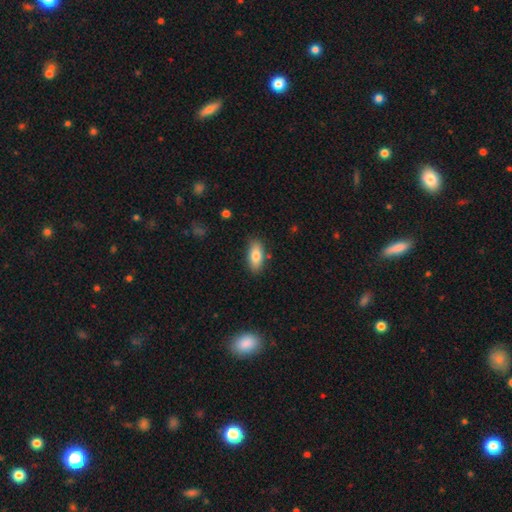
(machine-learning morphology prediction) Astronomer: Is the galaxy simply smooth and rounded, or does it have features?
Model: smooth — 80%.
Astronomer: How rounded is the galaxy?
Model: in between — 84%.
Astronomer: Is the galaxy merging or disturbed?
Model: none — 84%.